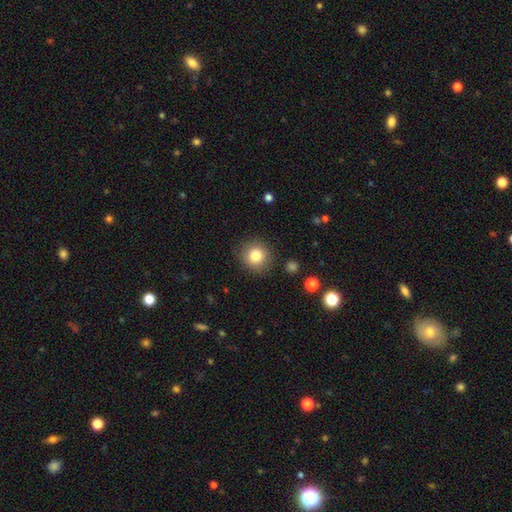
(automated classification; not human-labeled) Smooth or featured?
  - smooth: 82% *
  - star or artifact: 11%
  - featured or disk: 8%
How rounded?
  - round: 91% *
  - in between: 8%
  - cigar-shaped: 1%
Merging?
  - none: 88% *
  - minor disturbance: 8%
  - major disturbance: 3%
  - merger: 1%